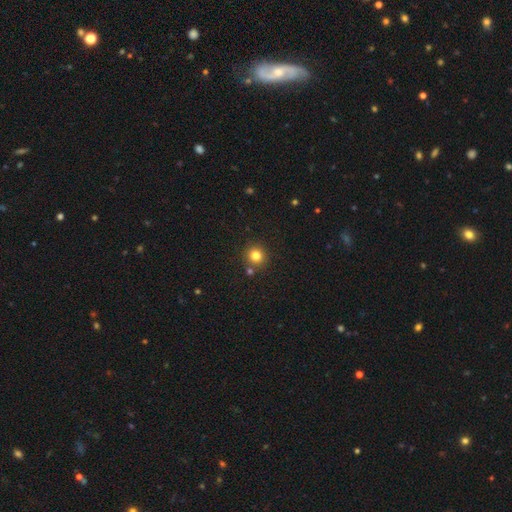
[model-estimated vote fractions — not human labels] A smooth galaxy with no disk features (81%) that is round (93%). Merging: none (83%).